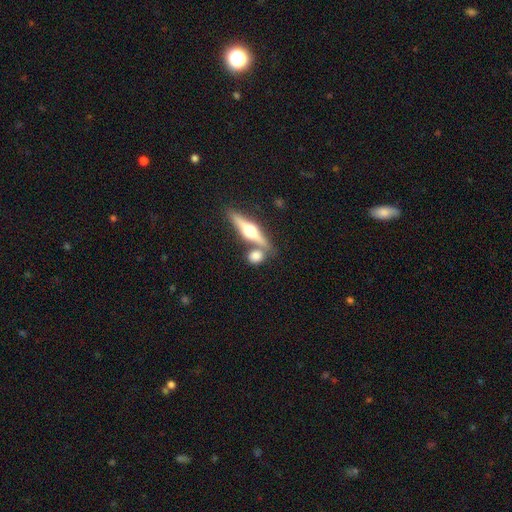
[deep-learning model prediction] This appears to be a smooth galaxy with no disk features (51%) that is round (42%). Merging: none (65%).